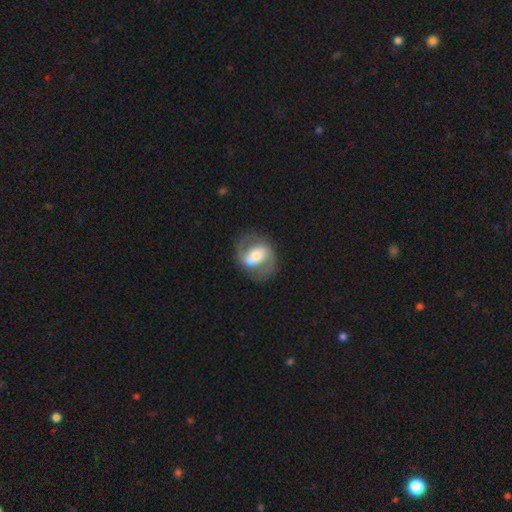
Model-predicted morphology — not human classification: This appears to be a featured or disk galaxy (68%) with a strong bar (48%), spiral arms (71%) and a moderate central bulge (57%). Merging: none (74%).